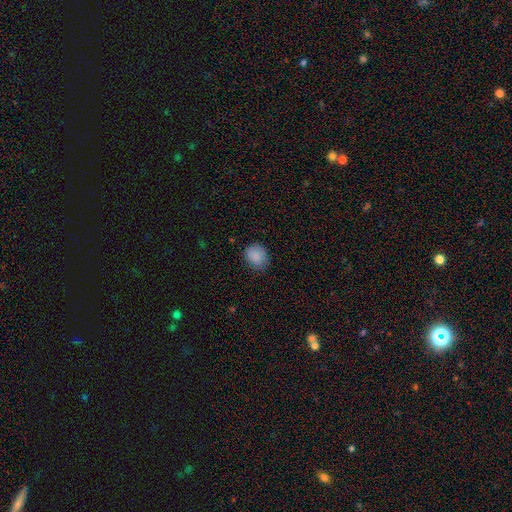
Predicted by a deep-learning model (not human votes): smooth-or-featured: smooth: 87% | star or artifact: 9% | featured or disk: 4%
  how-rounded: round: 62% | in between: 37% | cigar-shaped: 1%
  merging: none: 75% | minor disturbance: 20% | major disturbance: 4% | merger: 1%